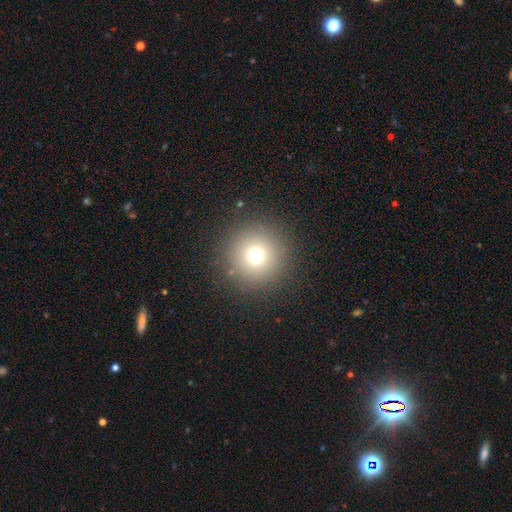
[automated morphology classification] Smooth or featured?
  - smooth: 71% *
  - star or artifact: 19%
  - featured or disk: 10%
How rounded?
  - round: 96% *
  - in between: 3%
  - cigar-shaped: 1%
Merging?
  - none: 89% *
  - minor disturbance: 6%
  - major disturbance: 3%
  - merger: 1%